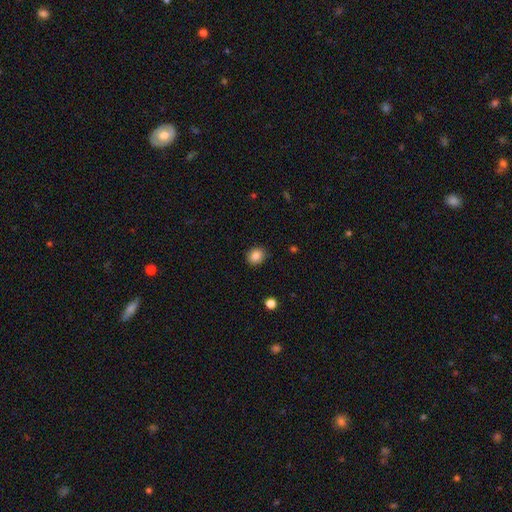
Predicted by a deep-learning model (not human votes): This is clearly a smooth galaxy (85%). How rounded: likely round (68%). Merging: clearly none (89%).